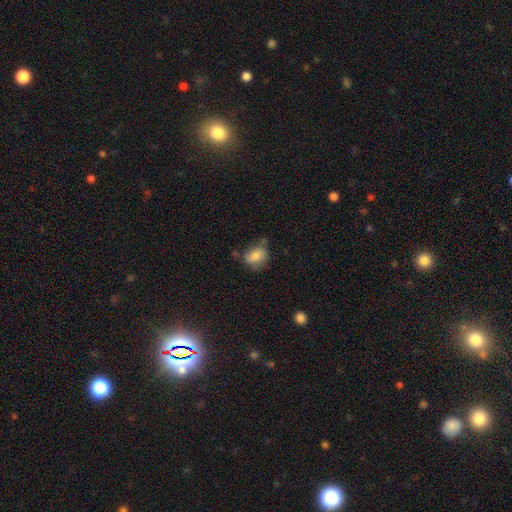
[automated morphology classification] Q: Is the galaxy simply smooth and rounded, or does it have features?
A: smooth — 80%.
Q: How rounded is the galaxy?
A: in between — 58%.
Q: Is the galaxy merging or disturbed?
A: none — 52%.